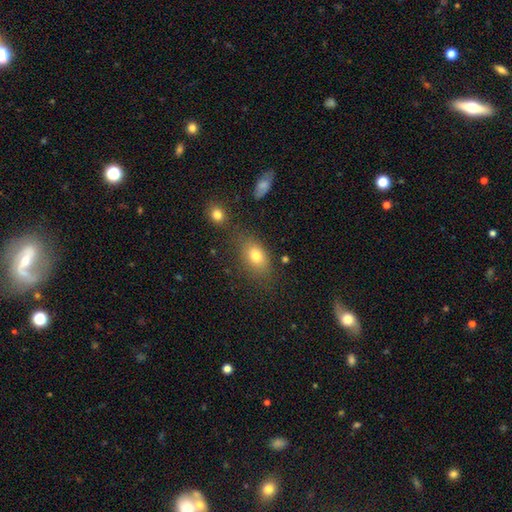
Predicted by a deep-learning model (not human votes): smooth 76%, featured or disk 12%, star or artifact 11%. Down the decision tree: how rounded — in between (81%); merging — none (70%).